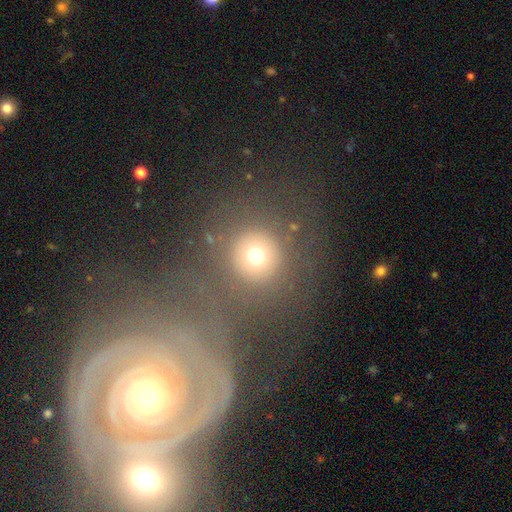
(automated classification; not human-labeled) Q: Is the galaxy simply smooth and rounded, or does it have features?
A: smooth — 71%.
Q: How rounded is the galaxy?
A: round — 92%.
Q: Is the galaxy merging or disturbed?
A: none — 77%.